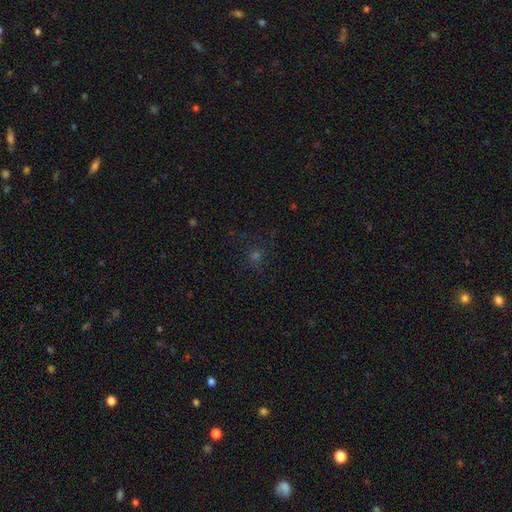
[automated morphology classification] Smooth or featured? star or artifact (47%)